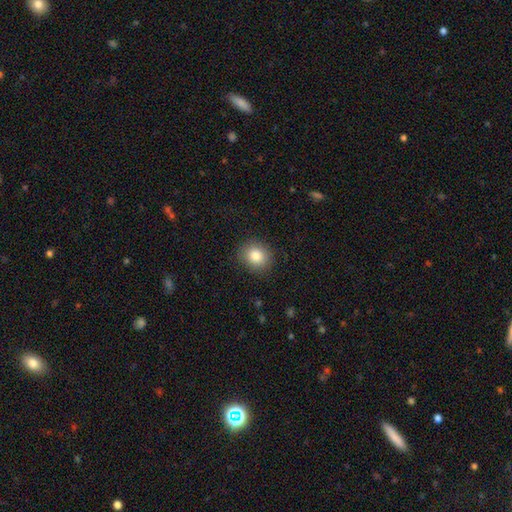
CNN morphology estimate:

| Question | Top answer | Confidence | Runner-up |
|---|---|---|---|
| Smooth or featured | smooth | 84% | star or artifact (9%) |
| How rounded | round | 70% | in between (29%) |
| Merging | none | 88% | minor disturbance (9%) |